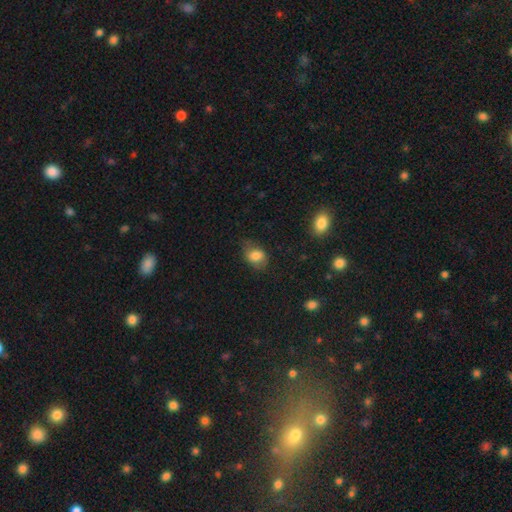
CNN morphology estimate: Smooth or featured? Predicted: smooth (p=0.79). How rounded? Predicted: in between (p=0.71). Merging? Predicted: none (p=0.62).